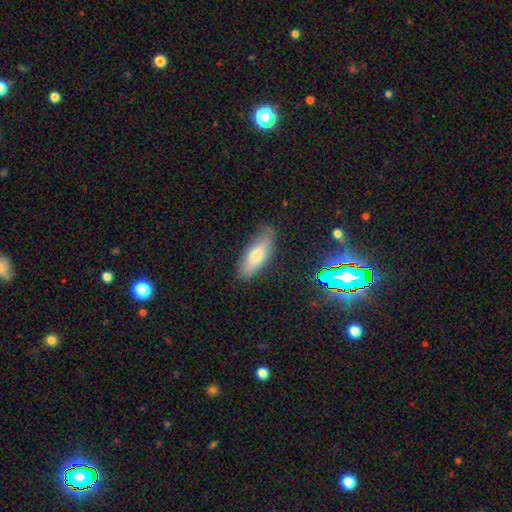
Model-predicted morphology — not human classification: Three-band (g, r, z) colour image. It shows a smooth galaxy with no disk features (69%) that is in between round and cigar-shaped (63%). Merging: none (76%).